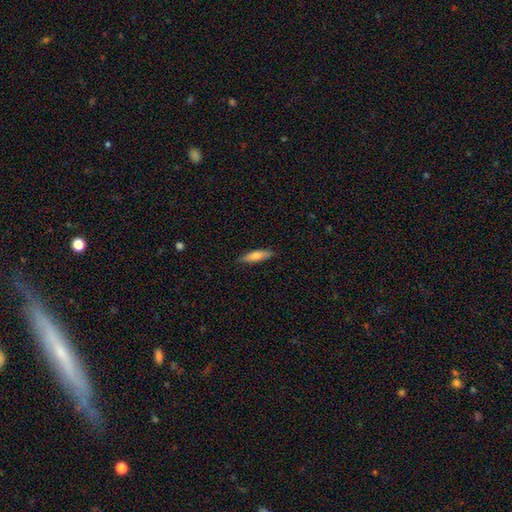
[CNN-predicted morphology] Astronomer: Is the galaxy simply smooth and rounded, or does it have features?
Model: smooth — 70%.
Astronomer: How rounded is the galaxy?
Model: cigar-shaped — 67%.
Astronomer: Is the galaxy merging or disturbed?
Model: none — 87%.